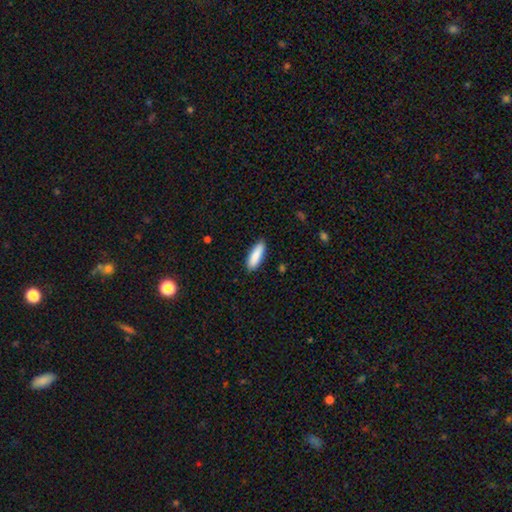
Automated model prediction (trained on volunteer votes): Overall: smooth (88%). How rounded: in between (55%; cigar-shaped 44%). Merging: none (88%).